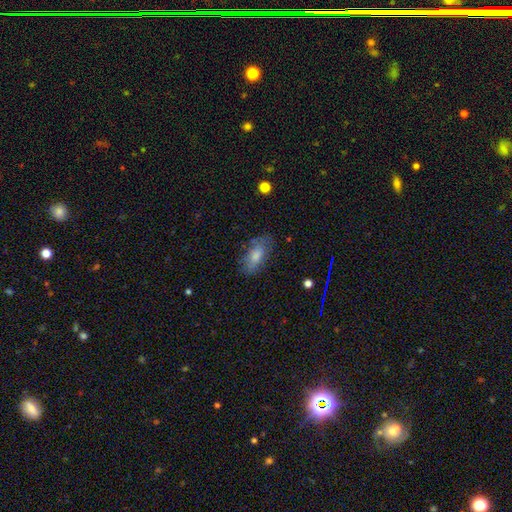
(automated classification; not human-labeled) This appears to be a smooth galaxy with no disk features (62%) that is in between round and cigar-shaped (83%). Merging: none (76%).